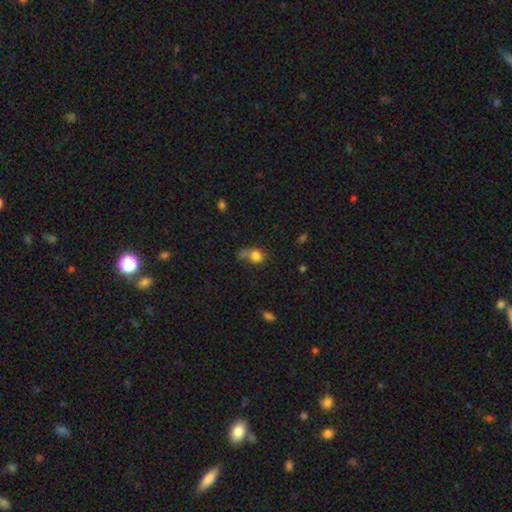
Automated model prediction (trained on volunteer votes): smooth-or-featured: smooth: 79% | star or artifact: 11% | featured or disk: 10%
  how-rounded: round: 67% | in between: 32% | cigar-shaped: 2%
  merging: none: 36% | merger: 22% | major disturbance: 22% | minor disturbance: 20%